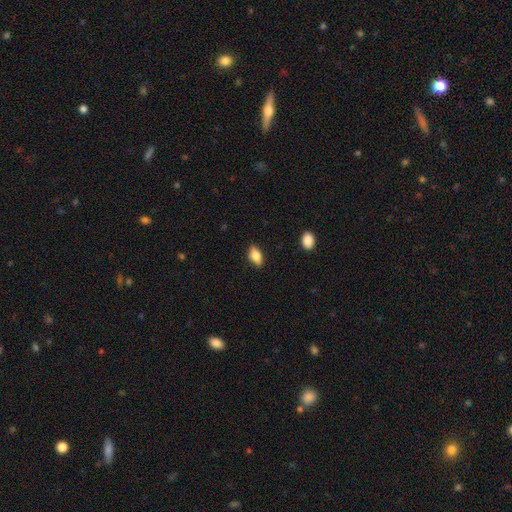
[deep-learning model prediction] Overall: smooth (74%). How rounded: in between (86%). Merging: none (85%).